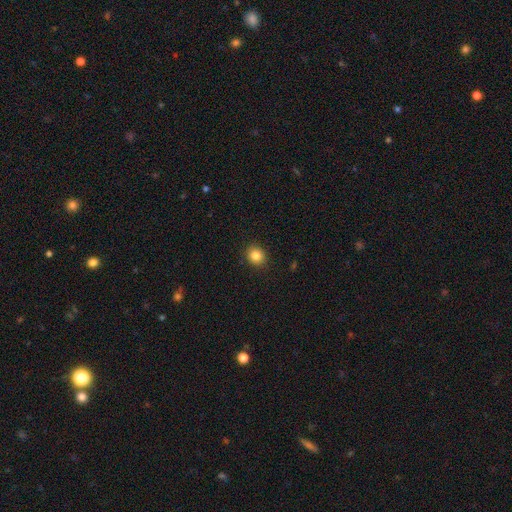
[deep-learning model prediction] Smooth or featured?
  - smooth: 84% *
  - star or artifact: 11%
  - featured or disk: 5%
How rounded?
  - round: 80% *
  - in between: 19%
  - cigar-shaped: 1%
Merging?
  - none: 91% *
  - minor disturbance: 6%
  - major disturbance: 2%
  - merger: 1%